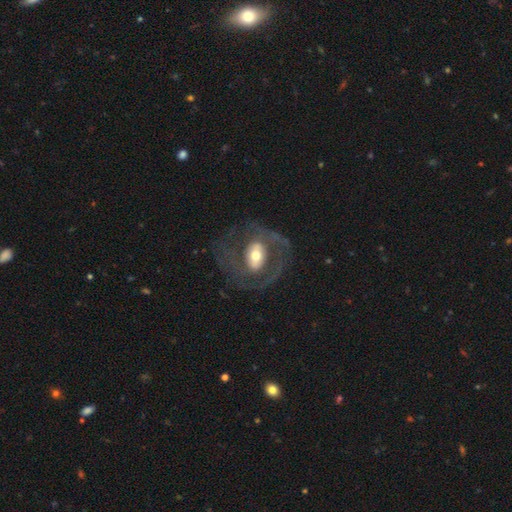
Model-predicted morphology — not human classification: Smooth or featured: featured or disk — 74% (smooth — 20%)
Edge-on disk: no — 95% (yes — 5%)
Bar: no — 39% (weak — 33%)
Spiral arms: yes — 69% (no — 31%)
Bulge size: moderate — 62% (small — 17%)
Merging: none — 61% (major disturbance — 21%)